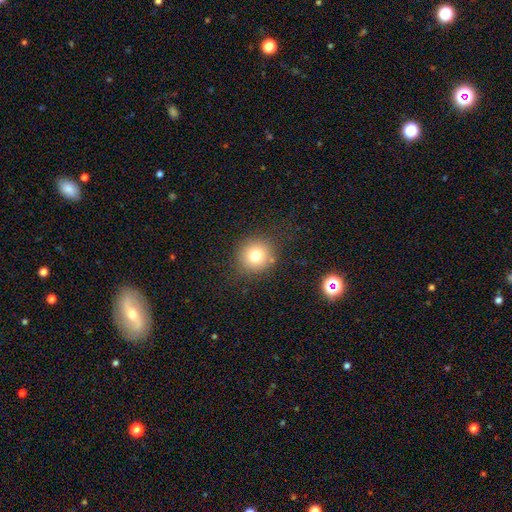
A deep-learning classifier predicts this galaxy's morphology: Smooth or featured? Predicted: smooth (p=0.76). How rounded? Predicted: round (p=0.91). Merging? Predicted: none (p=0.83).